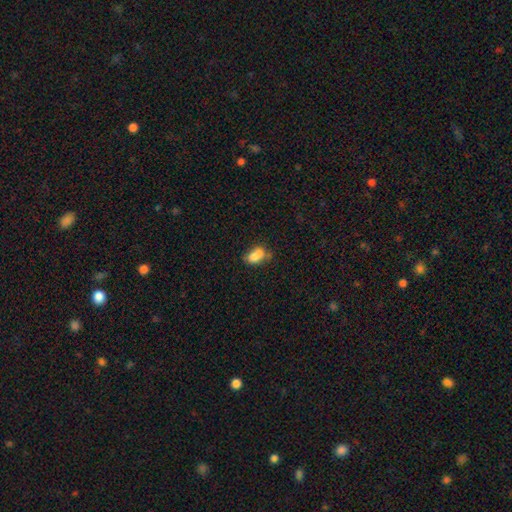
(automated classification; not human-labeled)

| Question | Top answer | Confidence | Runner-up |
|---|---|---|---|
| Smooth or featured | smooth | 77% | featured or disk (13%) |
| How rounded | in between | 84% | round (13%) |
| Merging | none | 39% | merger (30%) |